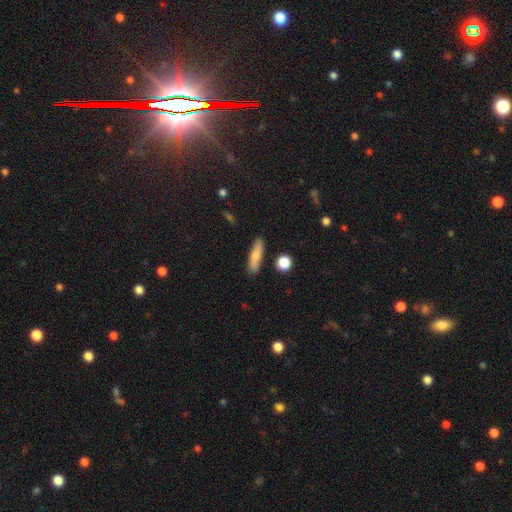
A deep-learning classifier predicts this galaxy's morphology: The model was most divided on "how rounded": cigar-shaped: 70%, in between: 26%, round: 3%. More confident: merging — none (85%); smooth or featured — smooth (73%).